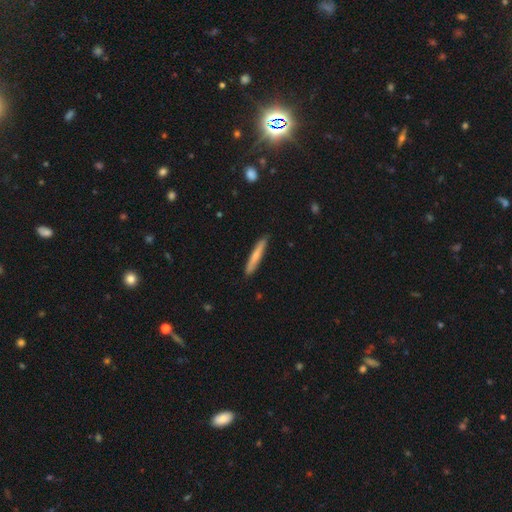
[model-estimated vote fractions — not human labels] The model was most divided on "smooth or featured": smooth: 65%, featured or disk: 30%, star or artifact: 5%. More confident: how rounded — cigar-shaped (94%); merging — none (88%).